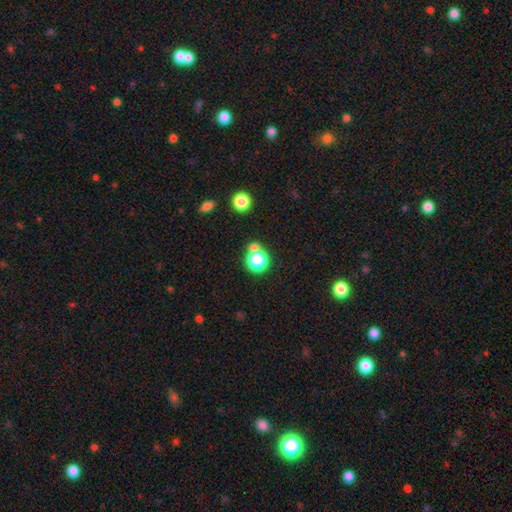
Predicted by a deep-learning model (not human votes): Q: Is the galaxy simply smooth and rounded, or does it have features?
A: smooth — 64%.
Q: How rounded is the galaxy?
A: round — 84%.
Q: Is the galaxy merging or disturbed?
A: none — 60%.